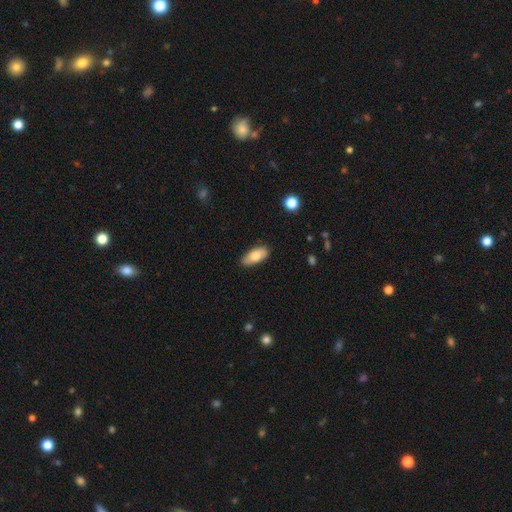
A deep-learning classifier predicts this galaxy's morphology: smooth_or_featured: smooth (p=0.77) [alt: featured or disk p=0.17]
how_rounded: in between (p=0.85) [alt: cigar-shaped p=0.12]
merging: none (p=0.81) [alt: minor disturbance p=0.16]